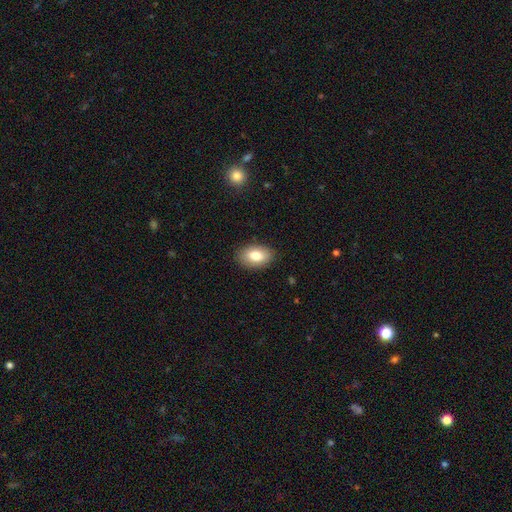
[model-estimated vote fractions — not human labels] Smooth or featured? Predicted: smooth (p=0.81). How rounded? Predicted: in between (p=0.89). Merging? Predicted: none (p=0.87).